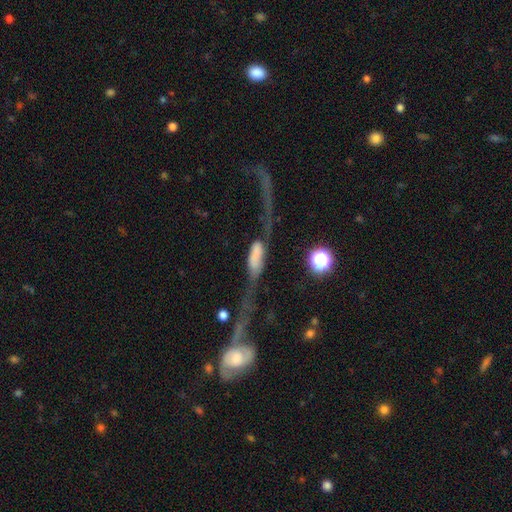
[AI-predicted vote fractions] smooth-or-featured: smooth: 47% | featured or disk: 41% | star or artifact: 11%
  merging: major disturbance: 46% | none: 26% | minor disturbance: 18% | merger: 11%